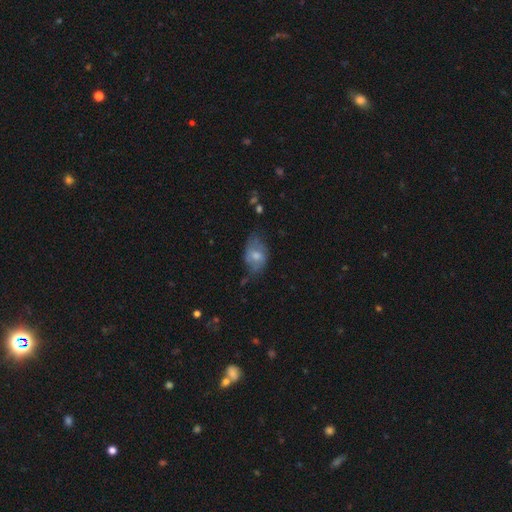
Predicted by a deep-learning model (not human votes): A smooth galaxy with no disk features (54%) that is in between round and cigar-shaped (80%). Merging: none (43%).